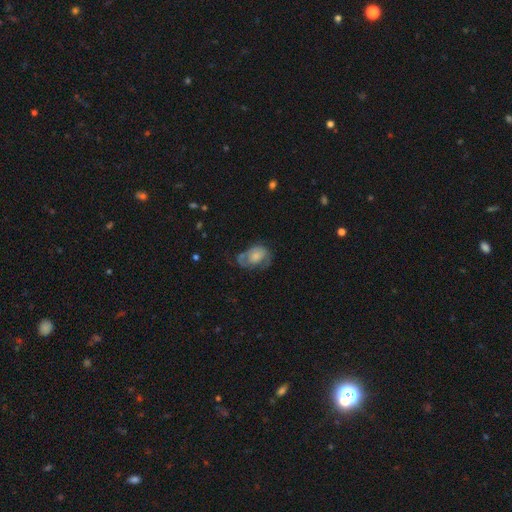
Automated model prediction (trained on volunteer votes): Q: Smooth or featured?
A: featured or disk (47%); runner-up: smooth (45%)
Q: Merging?
A: none (40%); runner-up: minor disturbance (29%)